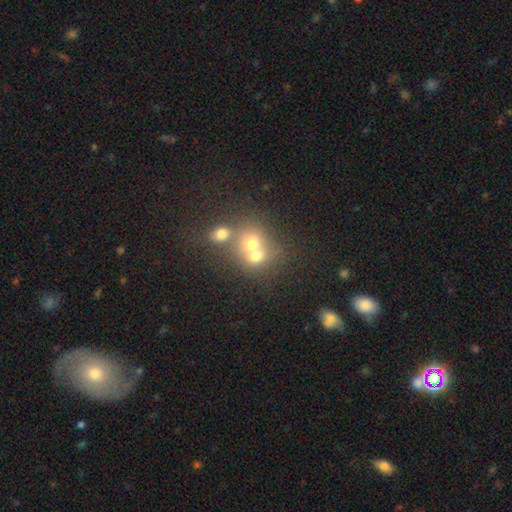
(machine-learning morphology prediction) type=smooth (64%); roundness=round (69%); merging=merger (63%).